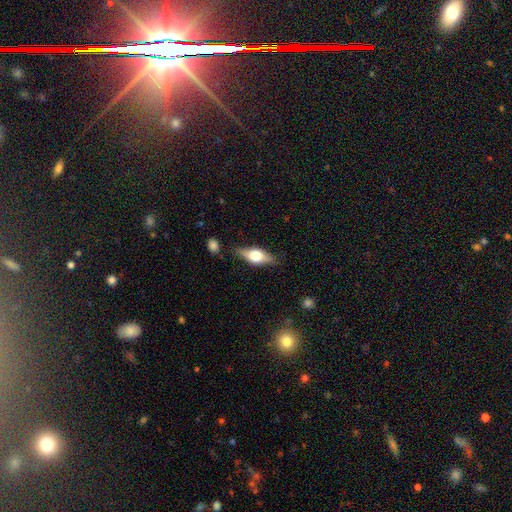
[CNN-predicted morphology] smooth-or-featured: featured or disk: 47% | smooth: 46% | star or artifact: 7%
  merging: none: 80% | minor disturbance: 14% | major disturbance: 3% | merger: 3%